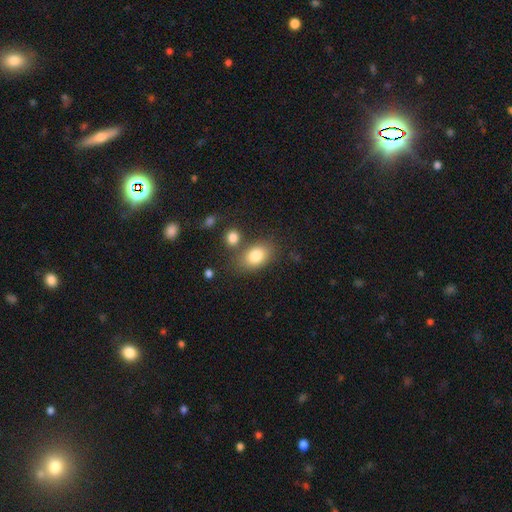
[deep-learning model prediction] smooth-or-featured: smooth: 82% | featured or disk: 10% | star or artifact: 8%
  how-rounded: in between: 83% | round: 15% | cigar-shaped: 2%
  merging: none: 68% | minor disturbance: 14% | merger: 13% | major disturbance: 5%